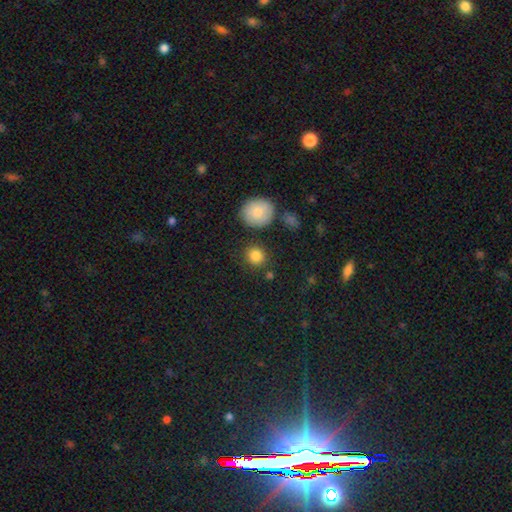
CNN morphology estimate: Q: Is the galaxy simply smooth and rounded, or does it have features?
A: smooth — 85%.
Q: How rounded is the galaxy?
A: round — 85%.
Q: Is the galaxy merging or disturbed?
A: none — 84%.